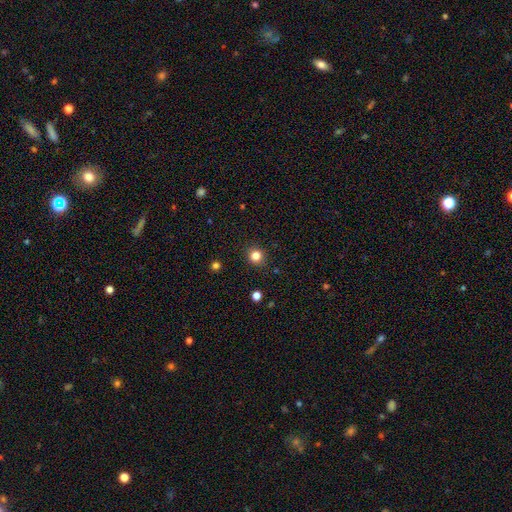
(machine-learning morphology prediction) A smooth galaxy with no disk features (83%) that is round (91%).

Vote fractions:
- Smooth or featured? smooth: 83% / star or artifact: 13% / featured or disk: 5%
- How rounded? round: 91% / in between: 8% / cigar-shaped: 1%
- Merging? none: 91% / minor disturbance: 6% / major disturbance: 2% / merger: 1%